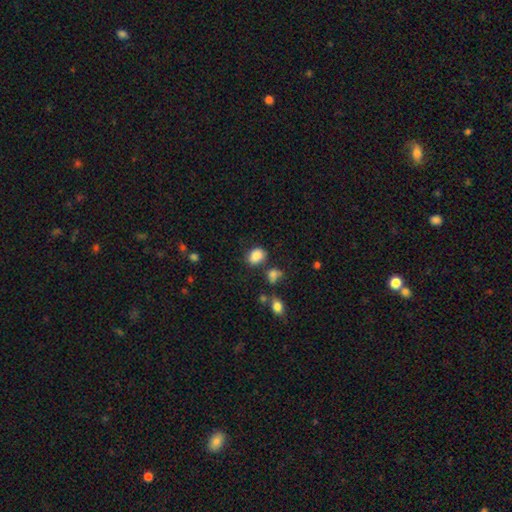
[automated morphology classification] The model was most divided on "how rounded": in between: 64%, round: 35%, cigar-shaped: 1%. More confident: smooth or featured — smooth (86%); merging — none (66%).